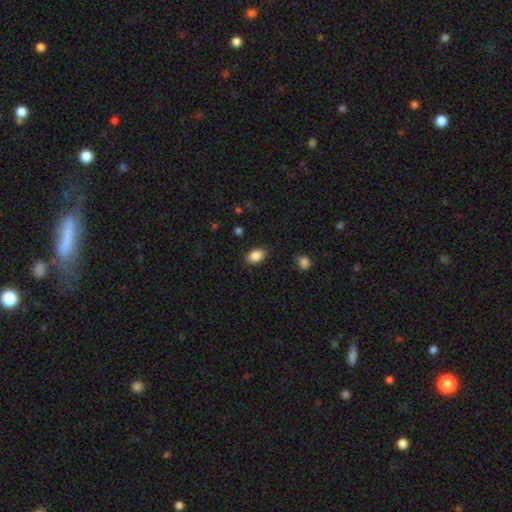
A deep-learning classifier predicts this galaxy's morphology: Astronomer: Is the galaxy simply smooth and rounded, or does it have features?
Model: smooth — 88%.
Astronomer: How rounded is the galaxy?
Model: in between — 87%.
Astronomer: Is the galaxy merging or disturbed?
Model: none — 85%.